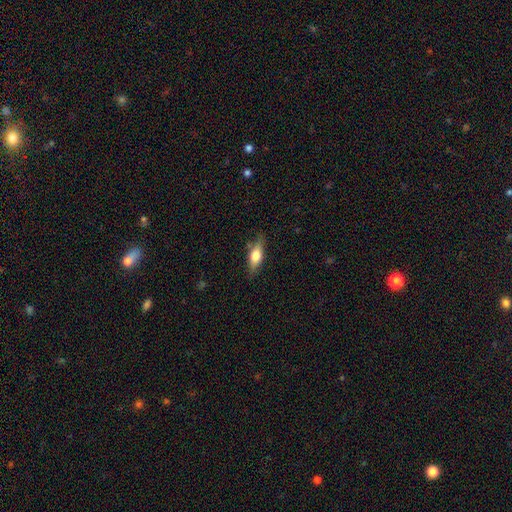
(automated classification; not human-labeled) Morphology: type=smooth (56%); roundness=in between (61%); merging=none (79%).